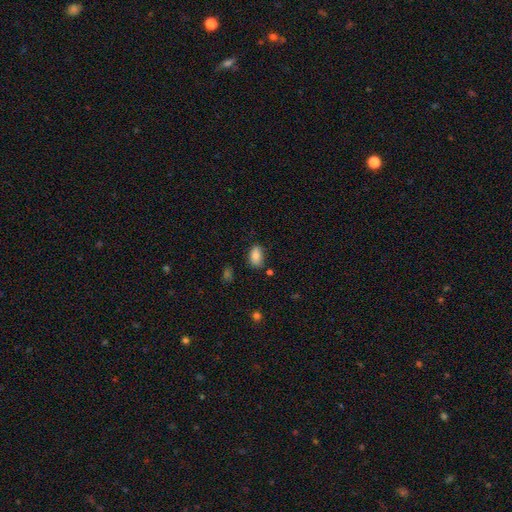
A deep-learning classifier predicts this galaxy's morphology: smooth_or_featured: smooth (p=0.84) [alt: star or artifact p=0.08]
how_rounded: in between (p=0.91) [alt: round p=0.08]
merging: none (p=0.69) [alt: minor disturbance p=0.23]